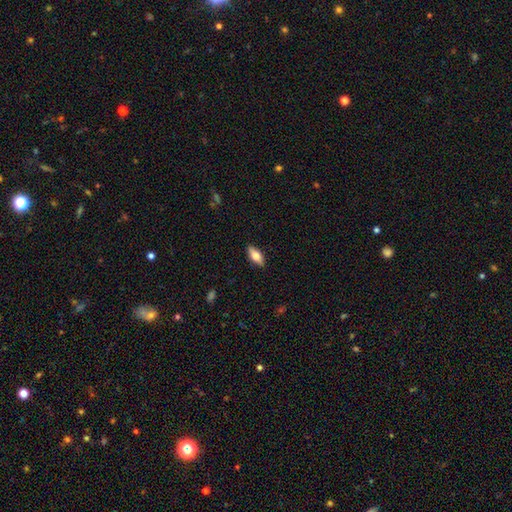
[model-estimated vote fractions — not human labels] Morphology: type=smooth (60%); roundness=in between (75%); merging=none (88%).